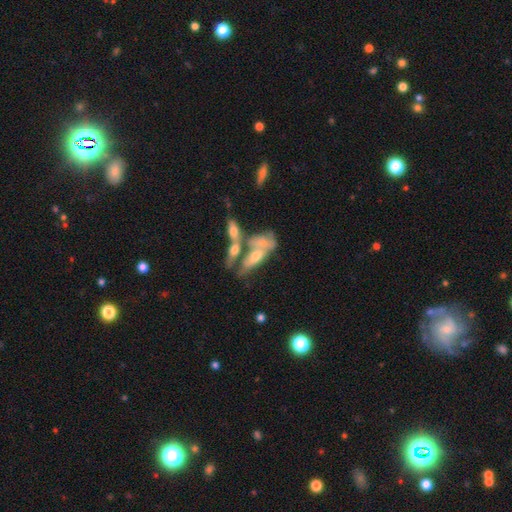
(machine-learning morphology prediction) Smooth or featured?
  - featured or disk: 55% *
  - smooth: 35%
  - star or artifact: 10%
Edge-on disk?
  - no: 72% *
  - yes: 28%
Merging?
  - merger: 51% *
  - none: 23%
  - minor disturbance: 14%
  - major disturbance: 12%